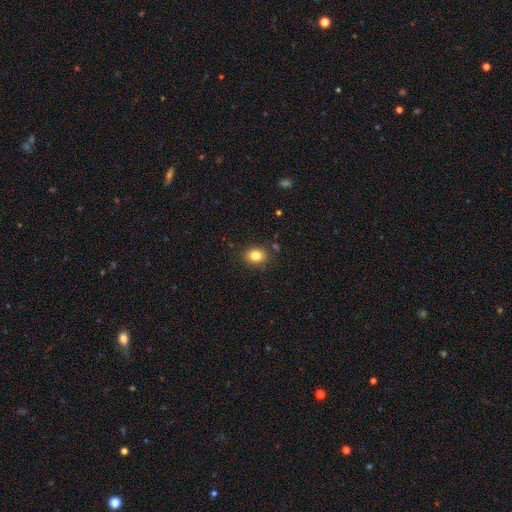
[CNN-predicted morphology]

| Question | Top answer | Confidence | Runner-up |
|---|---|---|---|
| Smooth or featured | smooth | 82% | star or artifact (11%) |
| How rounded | in between | 52% | round (47%) |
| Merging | none | 85% | minor disturbance (10%) |